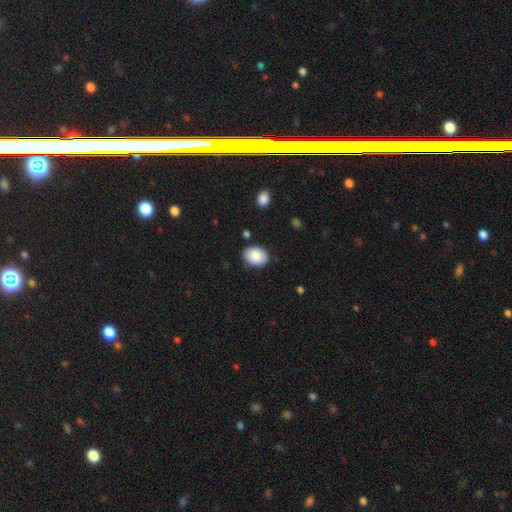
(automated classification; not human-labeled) smooth 80%, featured or disk 13%, star or artifact 7%. Down the decision tree: how rounded — in between (67%); merging — none (85%).